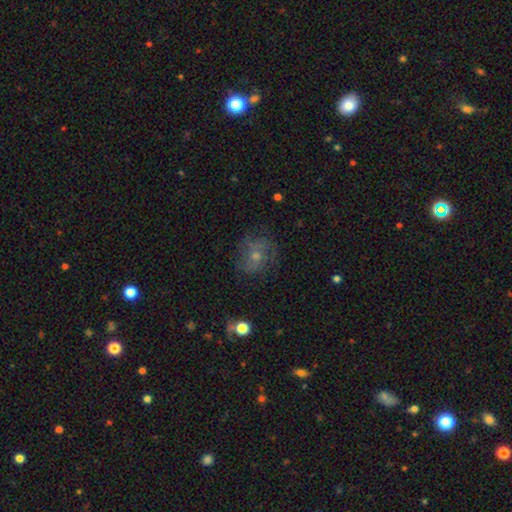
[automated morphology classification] A featured or disk galaxy (46%). Merging: none (72%).